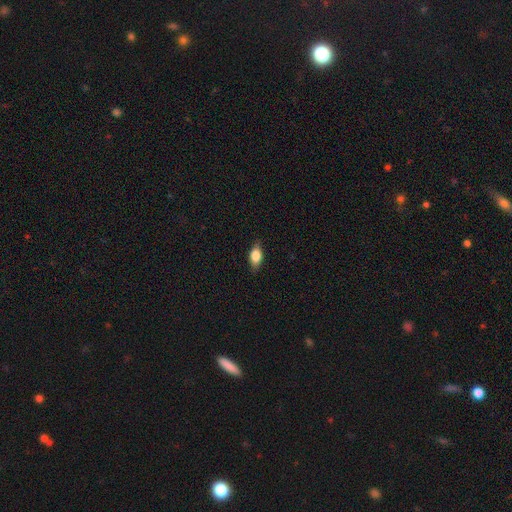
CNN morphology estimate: Smooth or featured: smooth — 75% (featured or disk — 17%)
How rounded: in between — 83% (cigar-shaped — 9%)
Merging: none — 82% (minor disturbance — 14%)